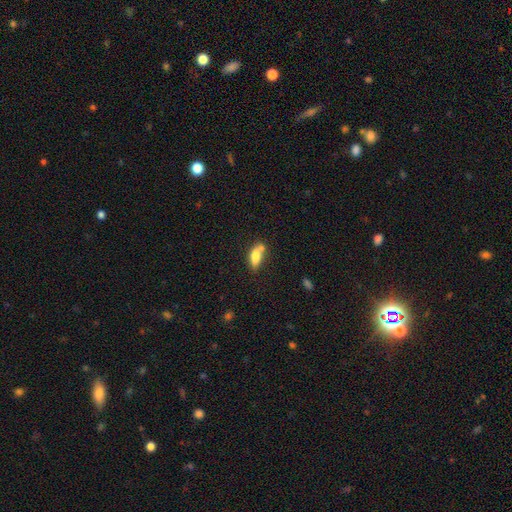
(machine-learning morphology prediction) smooth 75%, featured or disk 18%, star or artifact 8%. Down the decision tree: how rounded — in between (77%); merging — none (48%).